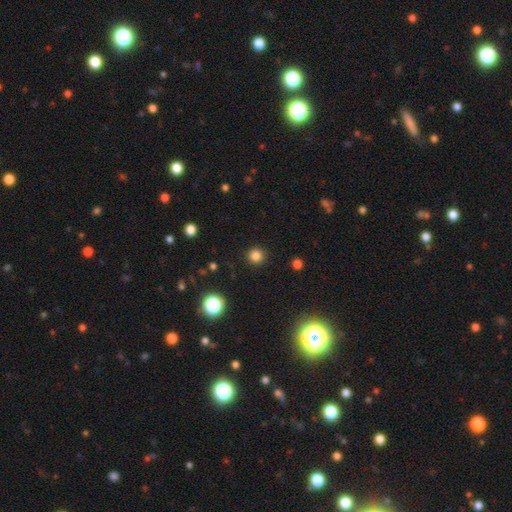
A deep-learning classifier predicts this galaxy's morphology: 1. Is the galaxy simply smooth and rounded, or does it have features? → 82% smooth, 14% star or artifact, 4% featured or disk.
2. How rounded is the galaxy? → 95% round, 4% in between, 1% cigar-shaped.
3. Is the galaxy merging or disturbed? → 92% none, 5% minor disturbance, 2% major disturbance, 1% merger.